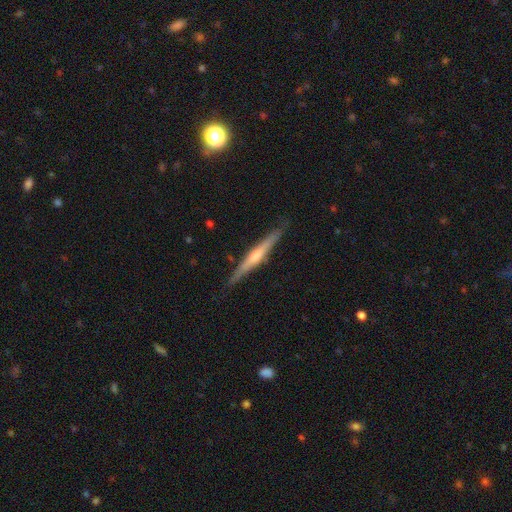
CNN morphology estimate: Q: Smooth or featured?
A: featured or disk (66%); runner-up: smooth (29%)
Q: Edge-on disk?
A: yes (97%); runner-up: no (3%)
Q: Edge-on bulge?
A: rounded (70%); runner-up: none (21%)
Q: Merging?
A: none (88%); runner-up: minor disturbance (9%)